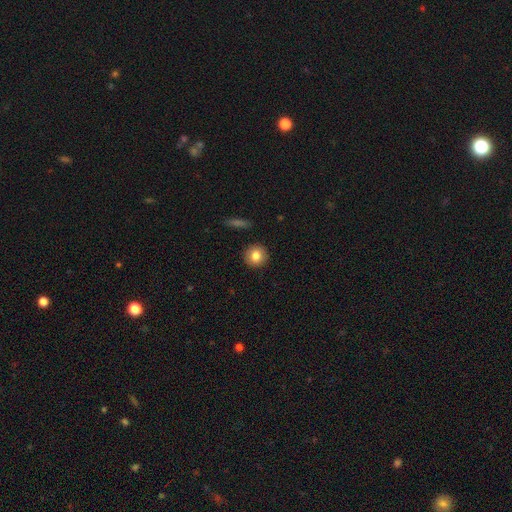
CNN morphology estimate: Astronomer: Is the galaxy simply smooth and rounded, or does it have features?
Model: smooth — 83%.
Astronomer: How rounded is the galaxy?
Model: round — 92%.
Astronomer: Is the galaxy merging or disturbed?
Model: none — 91%.